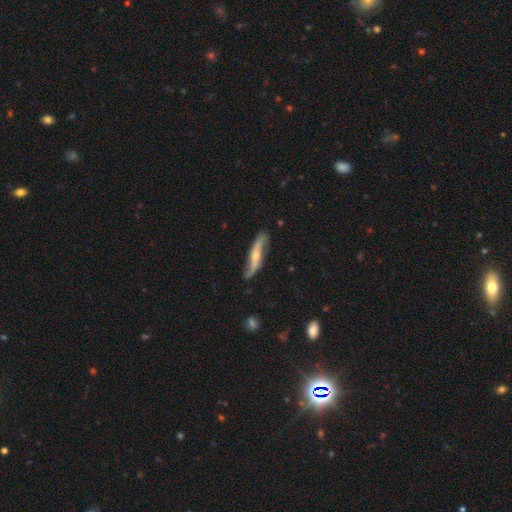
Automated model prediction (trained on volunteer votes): Overall: featured or disk (72%). Edge-on disk: no (57%; yes 43%). Merging: none (71%).